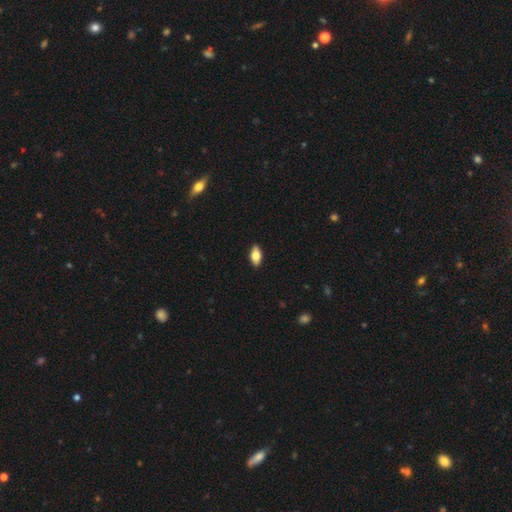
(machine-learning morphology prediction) This appears to be a smooth galaxy with no disk features (72%) that is in between round and cigar-shaped (88%). Merging: none (90%).